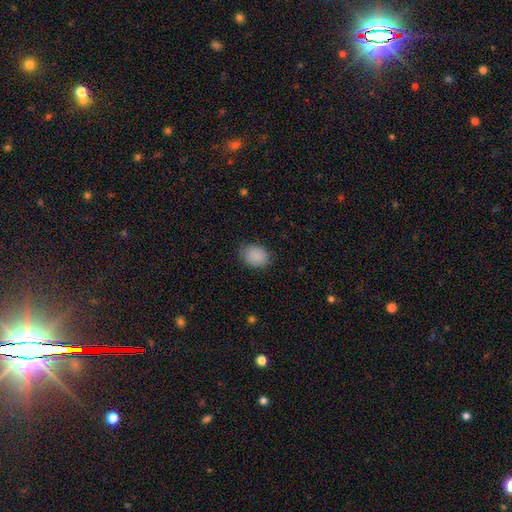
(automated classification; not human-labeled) smooth-or-featured: smooth: 89% | star or artifact: 8% | featured or disk: 3%
  how-rounded: in between: 56% | round: 43% | cigar-shaped: 1%
  merging: none: 81% | minor disturbance: 15% | major disturbance: 4% | merger: 1%